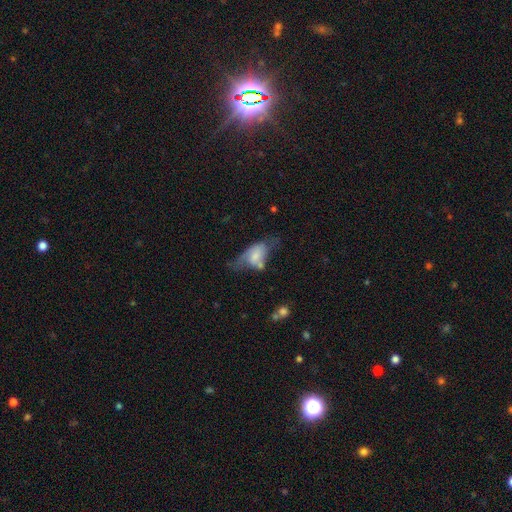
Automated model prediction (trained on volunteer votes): This appears to be a smooth galaxy with no disk features (50%). Merging: major disturbance (32%).